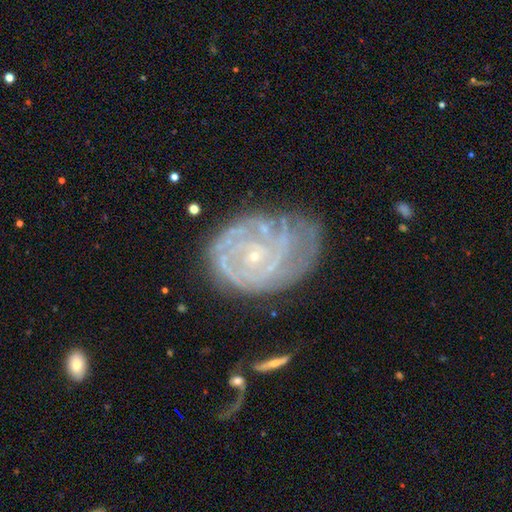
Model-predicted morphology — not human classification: Q: Smooth or featured?
A: featured or disk (83%); runner-up: smooth (10%)
Q: Edge-on disk?
A: no (97%); runner-up: yes (3%)
Q: Bar?
A: no (78%); runner-up: weak (18%)
Q: Spiral arms?
A: yes (90%); runner-up: no (10%)
Q: Spiral winding?
A: tight (74%); runner-up: medium (20%)
Q: Spiral arm count?
A: can't tell (41%); runner-up: 2 (20%)
Q: Bulge size?
A: small (85%); runner-up: moderate (10%)
Q: Merging?
A: none (52%); runner-up: minor disturbance (27%)